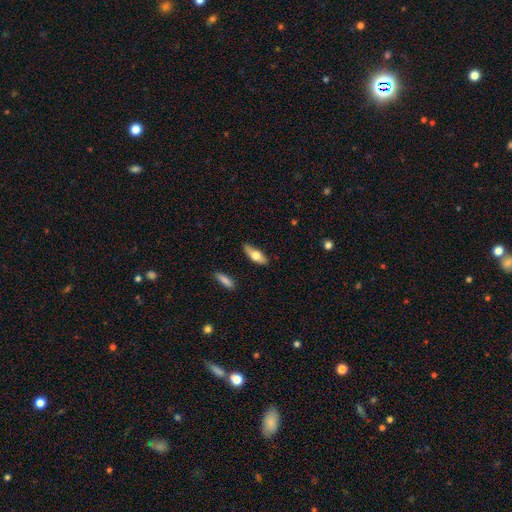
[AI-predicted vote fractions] A smooth galaxy with no disk features (65%) that is in between round and cigar-shaped (62%). Merging: none (77%).